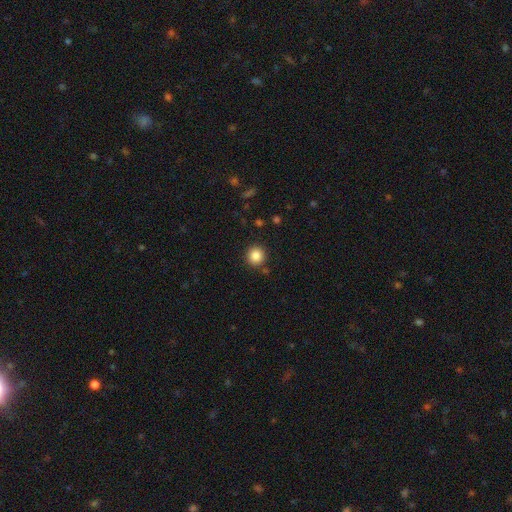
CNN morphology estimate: Smooth or featured? Predicted: smooth (p=0.86). How rounded? Predicted: round (p=0.92). Merging? Predicted: none (p=0.89).